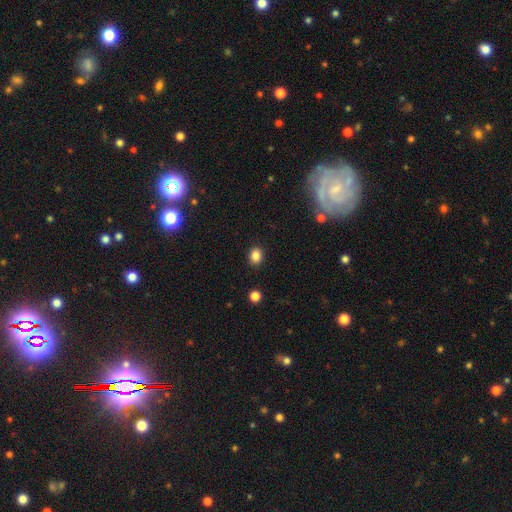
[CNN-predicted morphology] Smooth or featured?
  - smooth: 85% *
  - star or artifact: 11%
  - featured or disk: 4%
How rounded?
  - round: 55% *
  - in between: 44%
  - cigar-shaped: 1%
Merging?
  - none: 89% *
  - minor disturbance: 7%
  - major disturbance: 2%
  - merger: 1%